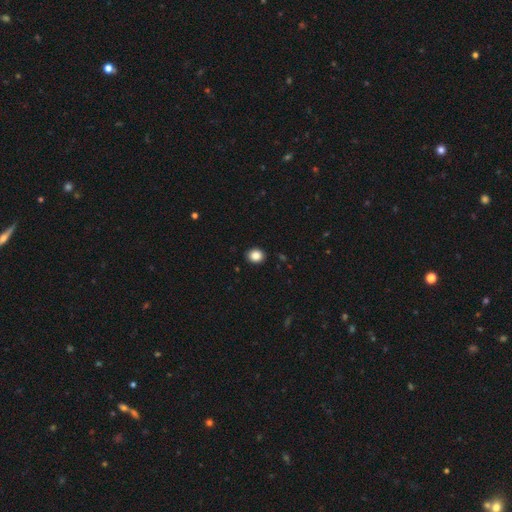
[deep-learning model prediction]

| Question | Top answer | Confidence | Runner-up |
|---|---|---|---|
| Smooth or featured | smooth | 86% | star or artifact (10%) |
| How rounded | round | 68% | in between (31%) |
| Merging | none | 91% | minor disturbance (6%) |